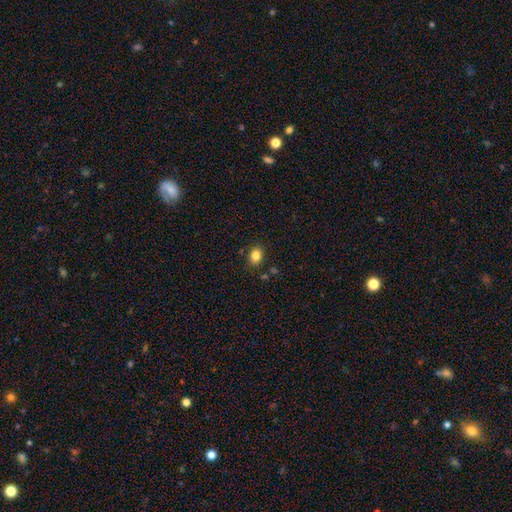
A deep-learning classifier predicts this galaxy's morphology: This is clearly a smooth galaxy (84%). How rounded: likely in between (61%). Merging: clearly none (82%).